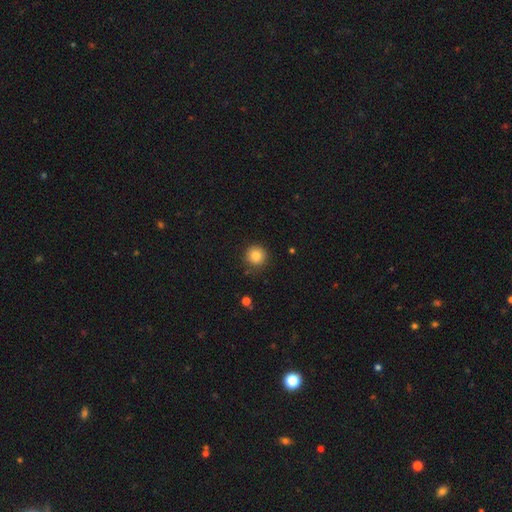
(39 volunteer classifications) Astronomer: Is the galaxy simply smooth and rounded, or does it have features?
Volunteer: smooth — 85%.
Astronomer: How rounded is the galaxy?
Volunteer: round — 97%.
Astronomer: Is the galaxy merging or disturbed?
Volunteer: none — 74%.